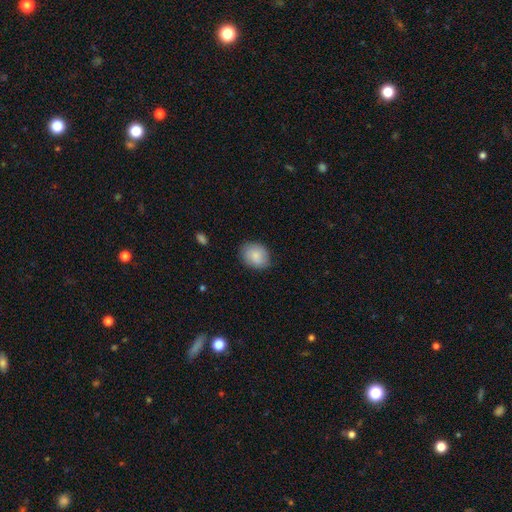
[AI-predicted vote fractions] Morphology: type=smooth (85%); roundness=in between (56%); merging=none (81%).